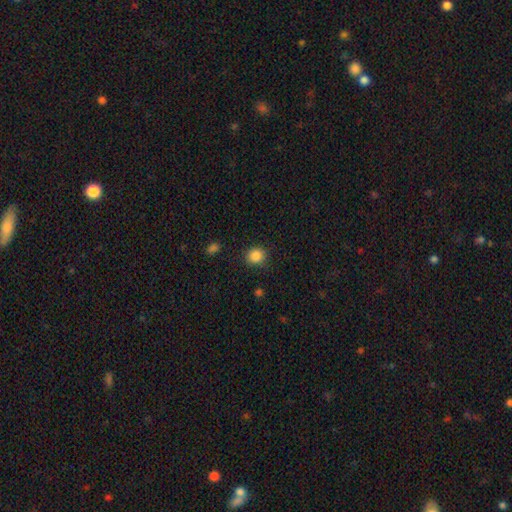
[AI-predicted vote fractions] This is clearly a smooth galaxy (86%). How rounded: clearly round (87%). Merging: clearly none (87%).